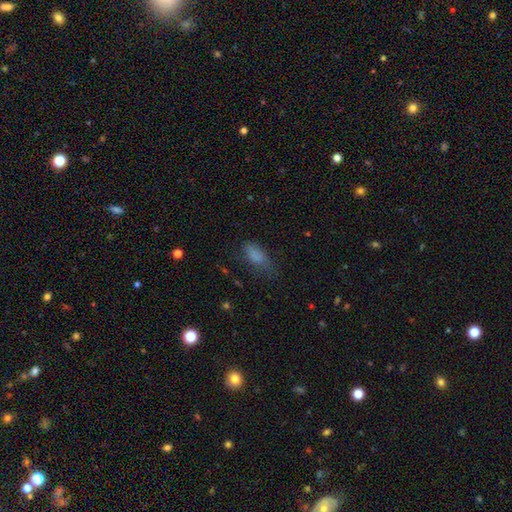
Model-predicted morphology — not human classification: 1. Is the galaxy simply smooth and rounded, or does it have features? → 79% smooth, 11% star or artifact, 10% featured or disk.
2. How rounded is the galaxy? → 85% in between, 11% cigar-shaped, 4% round.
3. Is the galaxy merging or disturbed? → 52% none, 29% minor disturbance, 17% major disturbance, 2% merger.